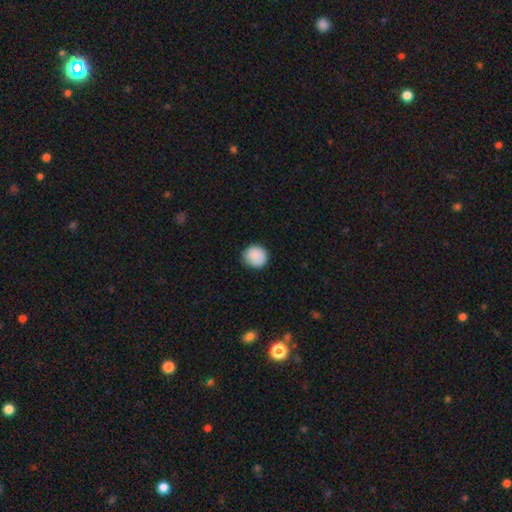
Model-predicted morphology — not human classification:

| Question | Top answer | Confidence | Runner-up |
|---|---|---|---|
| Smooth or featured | smooth | 88% | star or artifact (8%) |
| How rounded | round | 92% | in between (7%) |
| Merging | none | 87% | minor disturbance (10%) |